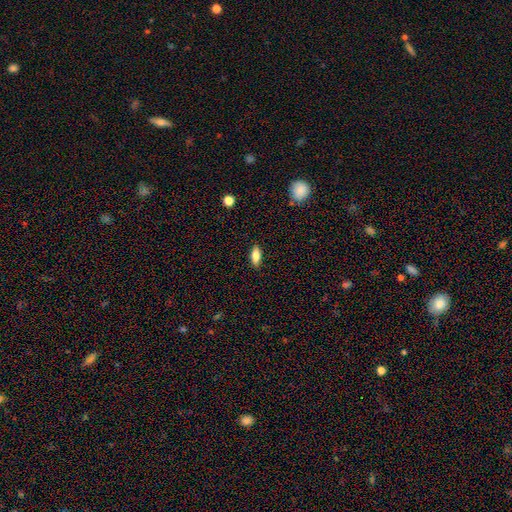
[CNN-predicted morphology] Q: Smooth or featured?
A: smooth (80%); runner-up: featured or disk (13%)
Q: How rounded?
A: in between (79%); runner-up: cigar-shaped (18%)
Q: Merging?
A: none (89%); runner-up: minor disturbance (8%)